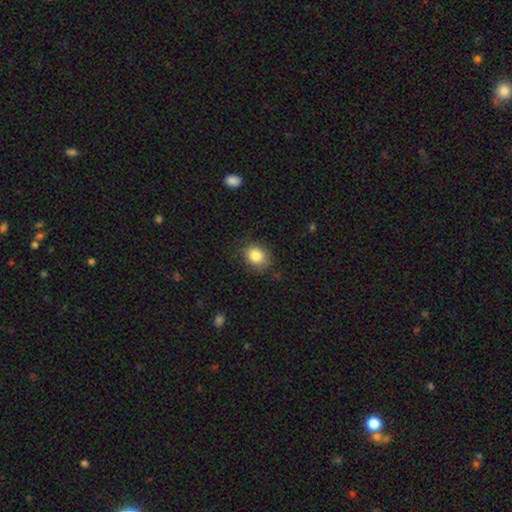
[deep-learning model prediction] Smooth or featured: smooth — 84% (star or artifact — 9%)
How rounded: round — 62% (in between — 38%)
Merging: none — 80% (minor disturbance — 14%)